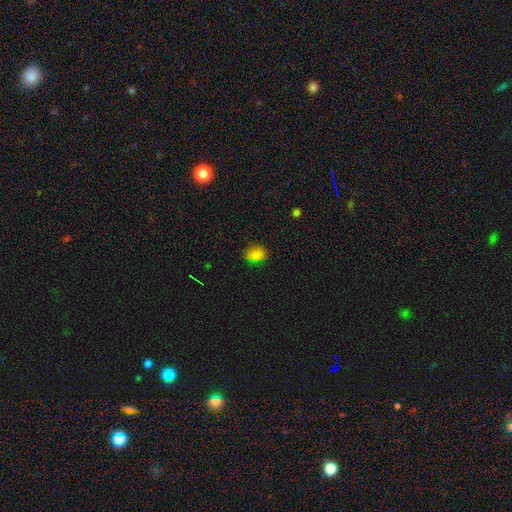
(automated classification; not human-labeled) Smooth or featured?
  - smooth: 77% *
  - star or artifact: 18%
  - featured or disk: 5%
How rounded?
  - in between: 68% *
  - round: 30%
  - cigar-shaped: 1%
Merging?
  - none: 78% *
  - minor disturbance: 18%
  - major disturbance: 3%
  - merger: 1%